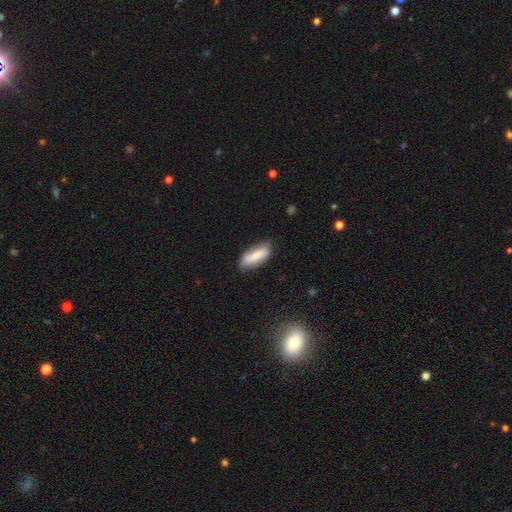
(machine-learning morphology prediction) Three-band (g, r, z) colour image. It shows a smooth galaxy with no disk features (66%) that is in between round and cigar-shaped (71%). Merging: none (76%).